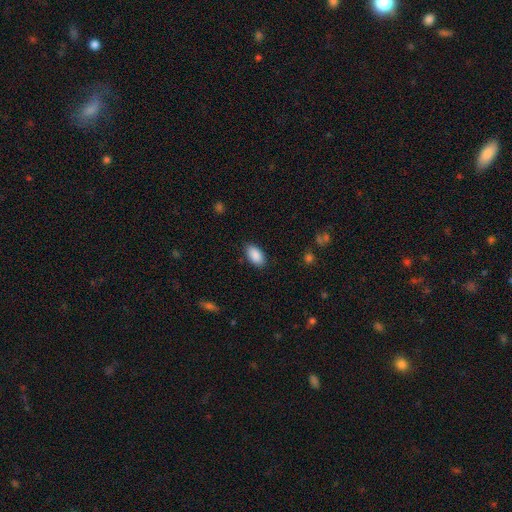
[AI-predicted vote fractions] Smooth or featured? Predicted: smooth (p=0.90). How rounded? Predicted: in between (p=0.94). Merging? Predicted: none (p=0.86).